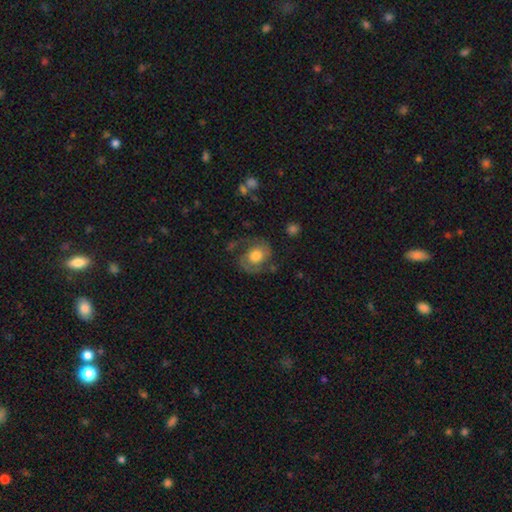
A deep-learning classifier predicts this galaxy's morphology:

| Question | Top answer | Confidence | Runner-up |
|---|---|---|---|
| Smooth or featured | featured or disk | 64% | smooth (28%) |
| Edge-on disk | no | 97% | yes (3%) |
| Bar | no | 76% | weak (20%) |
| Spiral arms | yes | 84% | no (16%) |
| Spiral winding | medium | 48% | tight (29%) |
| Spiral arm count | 2 | 84% | 1 (7%) |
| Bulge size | moderate | 50% | large (37%) |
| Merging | none | 63% | minor disturbance (19%) |